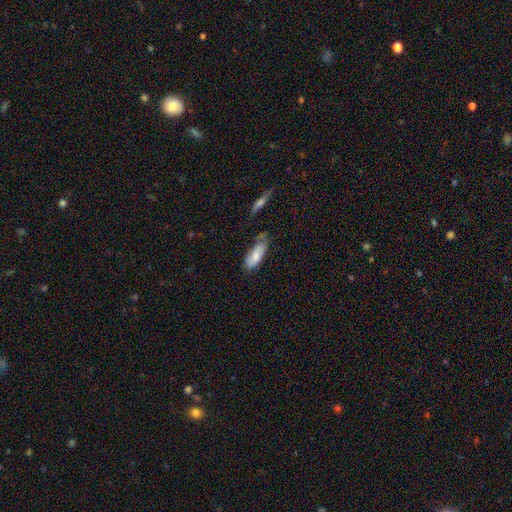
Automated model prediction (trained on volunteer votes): Morphology: type=smooth (77%); roundness=in between (74%); merging=none (57%).